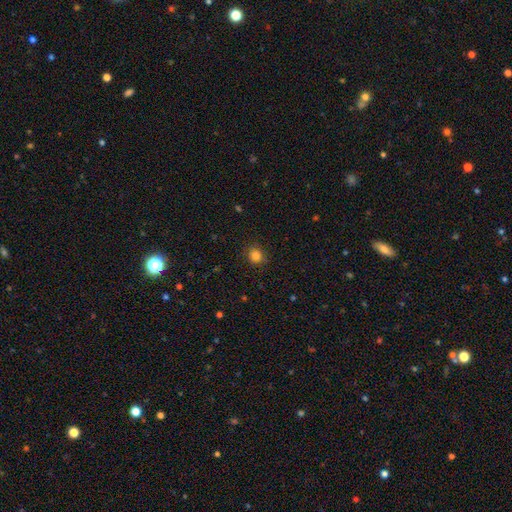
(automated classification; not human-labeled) Q: Smooth or featured?
A: smooth (83%); runner-up: star or artifact (12%)
Q: How rounded?
A: round (81%); runner-up: in between (18%)
Q: Merging?
A: none (88%); runner-up: minor disturbance (9%)